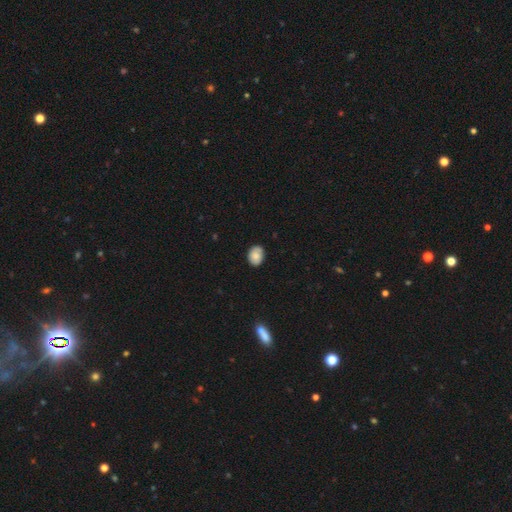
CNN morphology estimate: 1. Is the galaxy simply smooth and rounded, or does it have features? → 80% smooth, 12% featured or disk, 8% star or artifact.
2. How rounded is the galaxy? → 64% in between, 35% round, 1% cigar-shaped.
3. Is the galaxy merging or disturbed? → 76% none, 19% minor disturbance, 3% major disturbance, 1% merger.